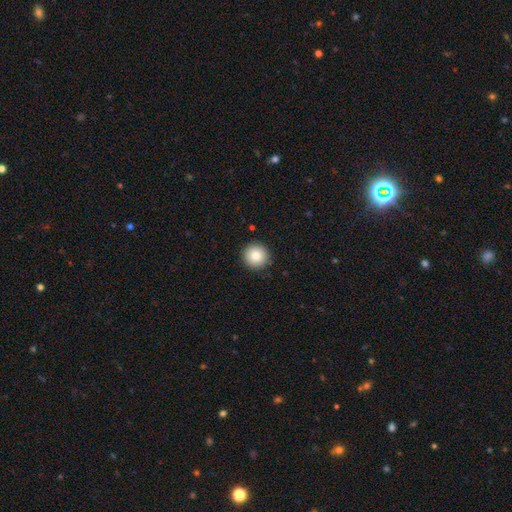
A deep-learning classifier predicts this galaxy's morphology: smooth_or_featured: smooth (p=0.83) [alt: star or artifact p=0.09]
how_rounded: round (p=0.96) [alt: in between p=0.03]
merging: none (p=0.92) [alt: minor disturbance p=0.05]